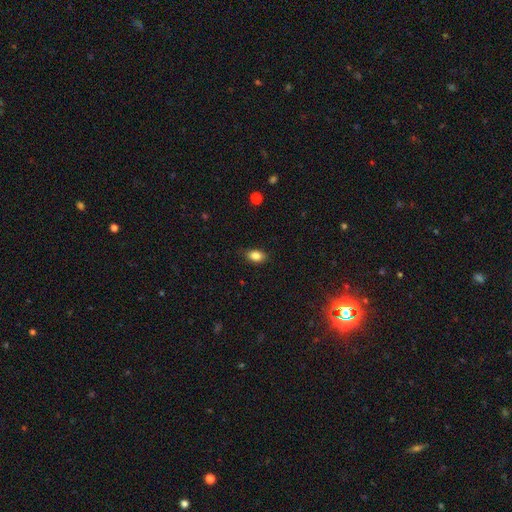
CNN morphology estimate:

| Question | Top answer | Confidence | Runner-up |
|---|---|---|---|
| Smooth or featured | smooth | 84% | star or artifact (9%) |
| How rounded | in between | 83% | round (15%) |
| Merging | none | 82% | minor disturbance (14%) |